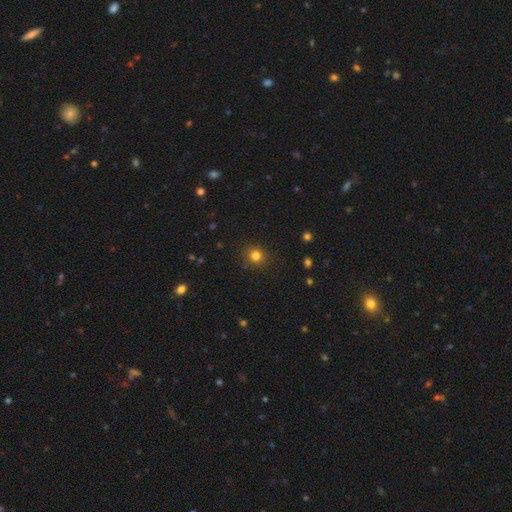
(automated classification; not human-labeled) smooth 80%, star or artifact 15%, featured or disk 5%. Down the decision tree: how rounded — round (88%); merging — none (89%).